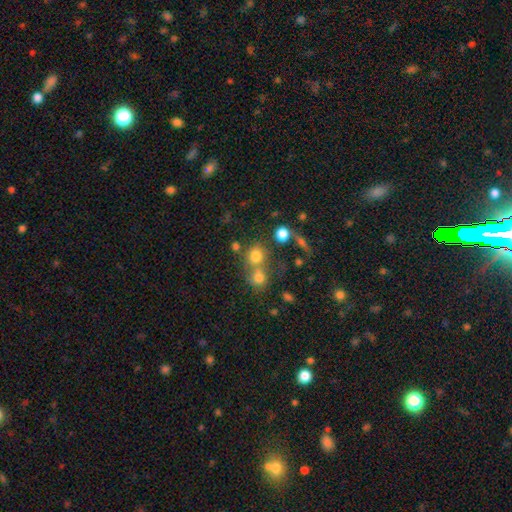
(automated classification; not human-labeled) Smooth or featured: smooth — 73% (star or artifact — 16%)
How rounded: round — 83% (in between — 16%)
Merging: none — 50% (merger — 38%)